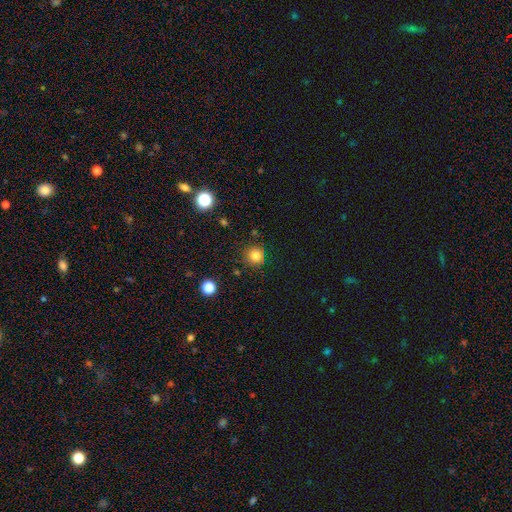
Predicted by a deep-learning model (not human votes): Smooth or featured?
  - smooth: 82% *
  - star or artifact: 13%
  - featured or disk: 5%
How rounded?
  - round: 94% *
  - in between: 5%
  - cigar-shaped: 1%
Merging?
  - none: 86% *
  - minor disturbance: 9%
  - major disturbance: 2%
  - merger: 2%